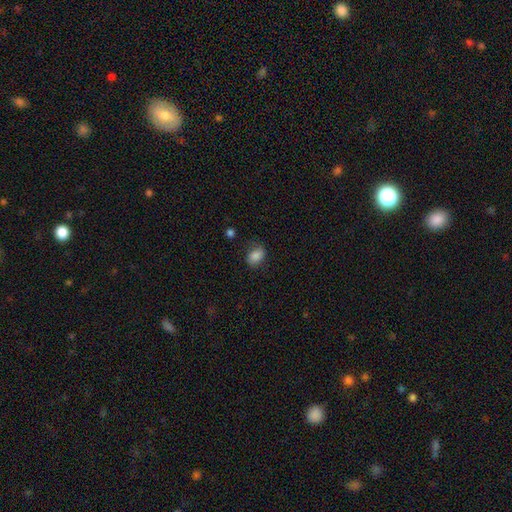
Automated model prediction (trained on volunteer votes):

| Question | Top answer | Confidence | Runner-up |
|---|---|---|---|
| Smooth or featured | smooth | 85% | star or artifact (9%) |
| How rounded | in between | 72% | round (27%) |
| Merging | none | 71% | minor disturbance (21%) |